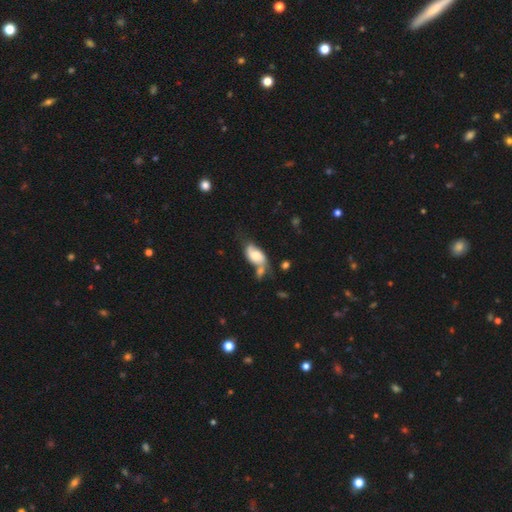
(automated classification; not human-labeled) Smooth or featured?
  - smooth: 48% *
  - featured or disk: 44%
  - star or artifact: 8%
Merging?
  - merger: 32% * (tied)
  - none: 32% * (tied)
  - minor disturbance: 23%
  - major disturbance: 14%